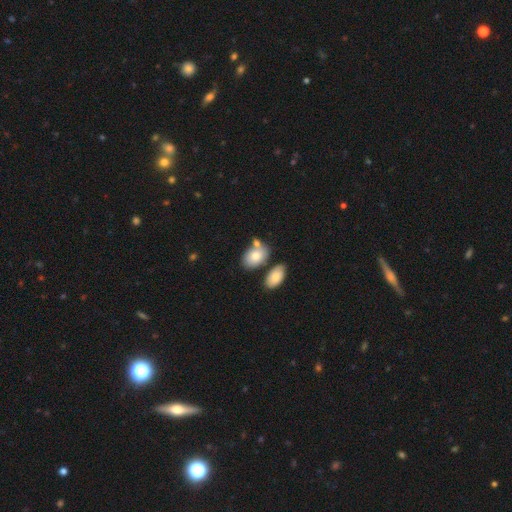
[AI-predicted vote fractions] Smooth or featured?
  - smooth: 78% *
  - featured or disk: 14%
  - star or artifact: 7%
How rounded?
  - in between: 87% *
  - round: 11%
  - cigar-shaped: 2%
Merging?
  - none: 54% *
  - merger: 27%
  - minor disturbance: 14%
  - major disturbance: 4%